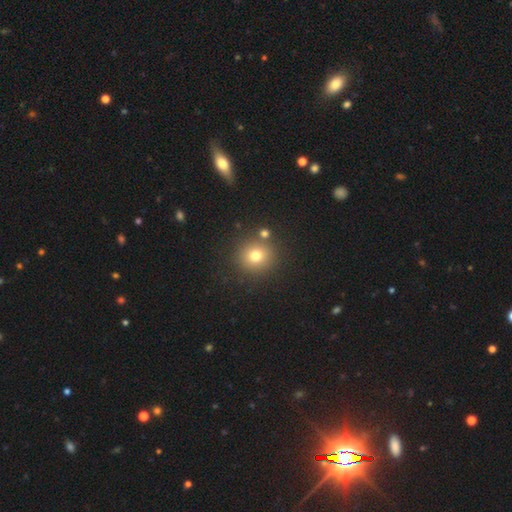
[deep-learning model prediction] Morphology: type=smooth (76%); roundness=round (90%); merging=none (80%).